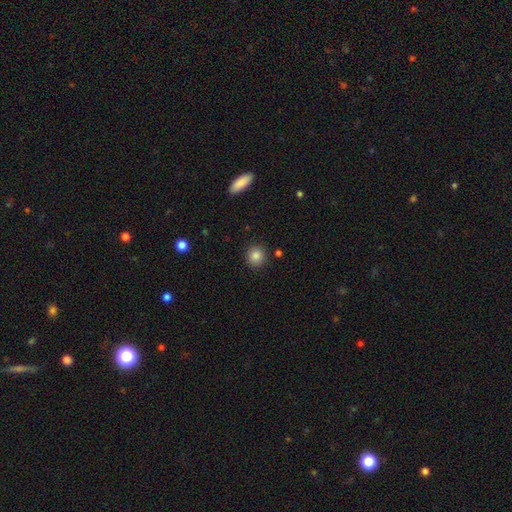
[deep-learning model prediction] A smooth galaxy with no disk features (85%) that is round (91%). Merging: none (89%).